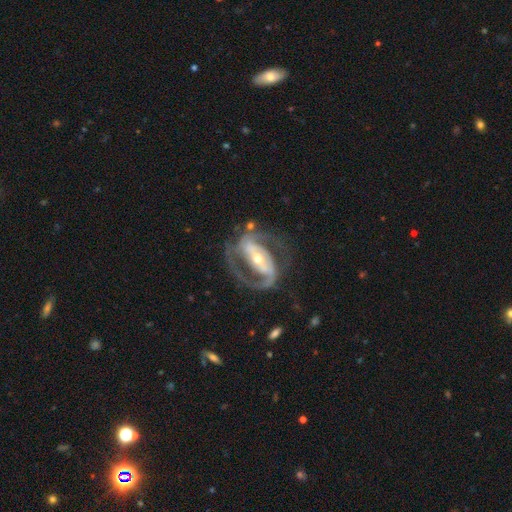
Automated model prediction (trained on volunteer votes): smooth-or-featured: featured or disk: 88% | smooth: 6% | star or artifact: 5%
  disk-edge-on: no: 95% | yes: 5%
    bar: strong: 62% | weak: 21% | no: 16%
    has-spiral-arms: yes: 91% | no: 9%
      spiral-winding: medium: 50% | tight: 31% | loose: 19%
      spiral-arm-count: 2: 83% | 1: 7% | can't tell: 5% | 3: 2% | 4: 1% | more than 4: 1%
    bulge-size: small: 53% | moderate: 42% | large: 3% | dominant: 1% | none: 1%
  merging: none: 65% | major disturbance: 17% | minor disturbance: 16% | merger: 2%